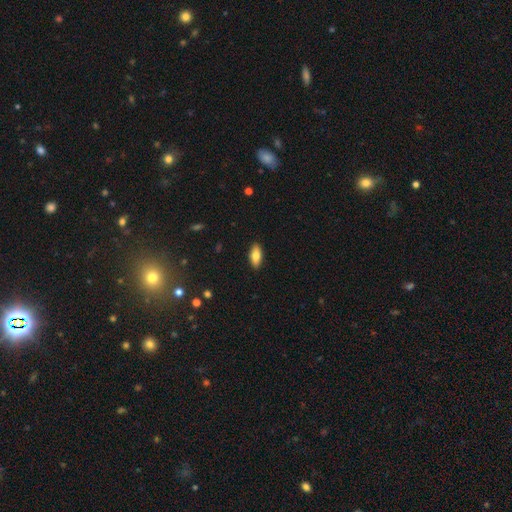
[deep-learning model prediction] This is clearly a smooth galaxy (81%). How rounded: clearly in between (85%). Merging: clearly none (89%).